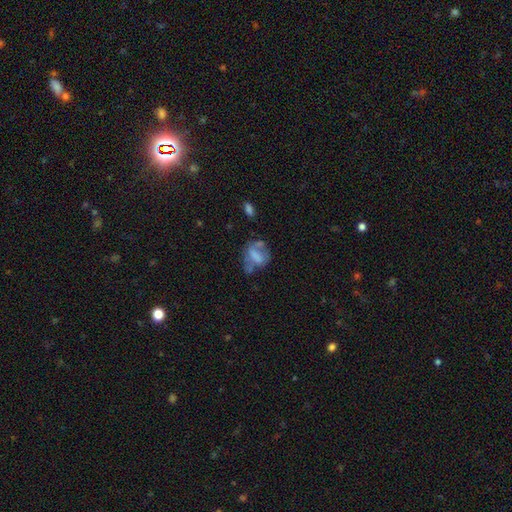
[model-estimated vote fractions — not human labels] This is possibly a smooth galaxy (53%). How rounded: likely in between (65%). Merging: marginally none (33%).